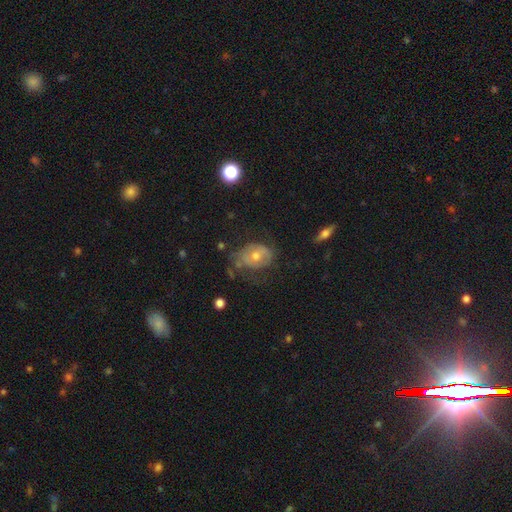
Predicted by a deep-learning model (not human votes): A featured or disk galaxy (56%) with no bar (80%), spiral arms (53%) and a moderate central bulge (63%). Merging: none (46%).